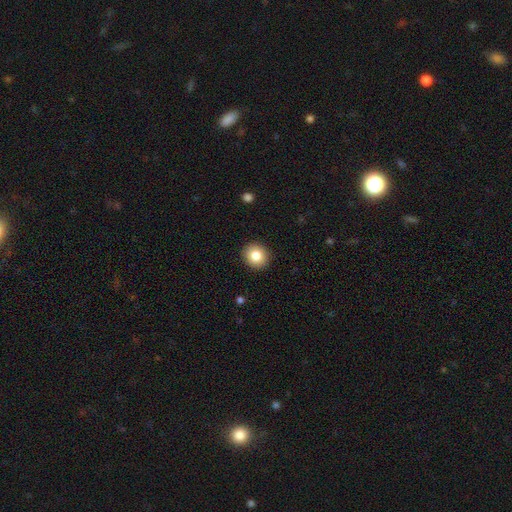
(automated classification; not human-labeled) Smooth or featured: smooth — 82% (star or artifact — 9%)
How rounded: round — 86% (in between — 13%)
Merging: none — 92% (minor disturbance — 5%)